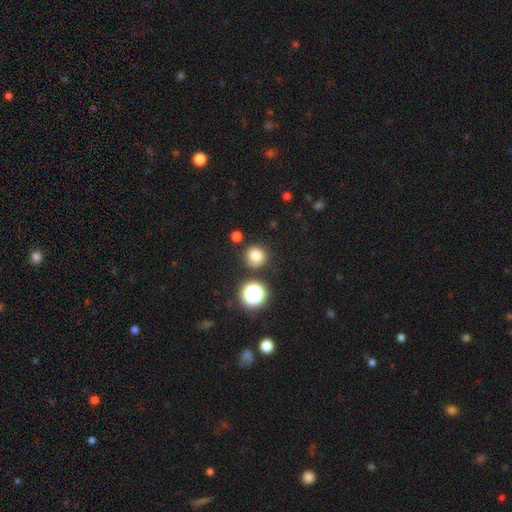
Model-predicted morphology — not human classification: Smooth or featured: smooth — 78% (star or artifact — 16%)
How rounded: round — 92% (in between — 7%)
Merging: none — 84% (minor disturbance — 8%)